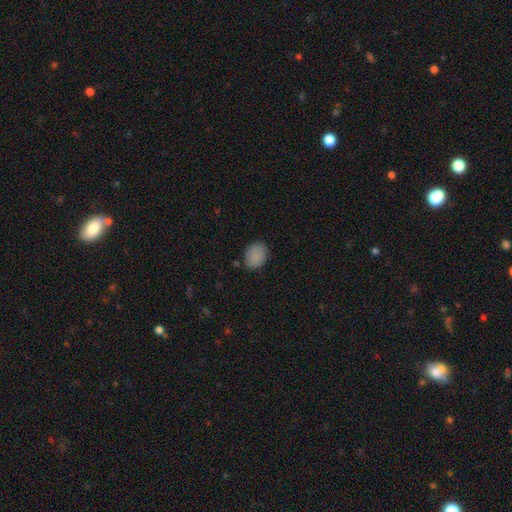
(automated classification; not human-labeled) Smooth or featured: smooth — 87% (star or artifact — 8%)
How rounded: in between — 63% (round — 36%)
Merging: none — 78% (minor disturbance — 17%)